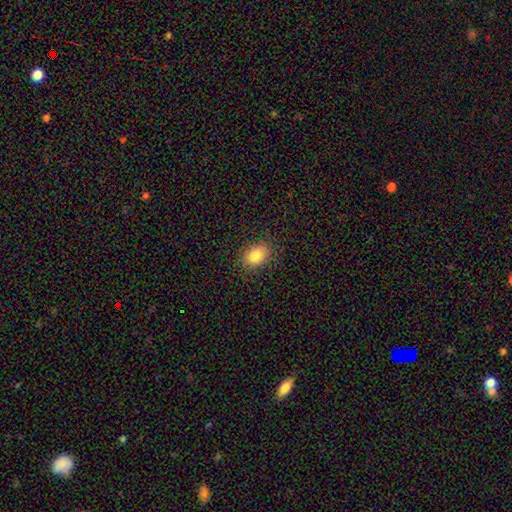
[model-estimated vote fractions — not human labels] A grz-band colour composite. It shows a smooth galaxy with no disk features (84%) that is in between round and cigar-shaped (80%). Merging: none (87%).